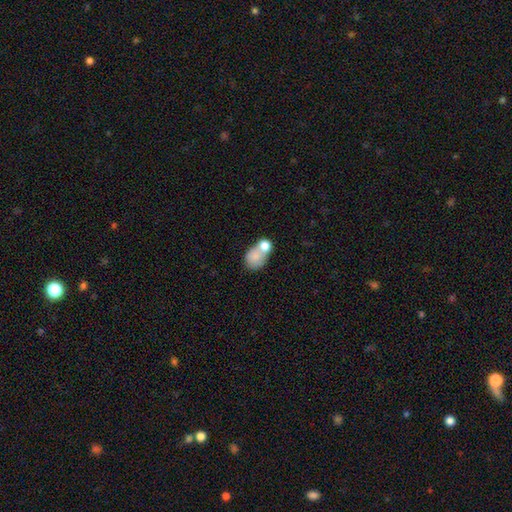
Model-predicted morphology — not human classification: Smooth or featured?
  - smooth: 76% *
  - featured or disk: 15%
  - star or artifact: 9%
How rounded?
  - in between: 58% *
  - round: 41%
  - cigar-shaped: 2%
Merging?
  - merger: 54% *
  - none: 25%
  - minor disturbance: 12%
  - major disturbance: 9%